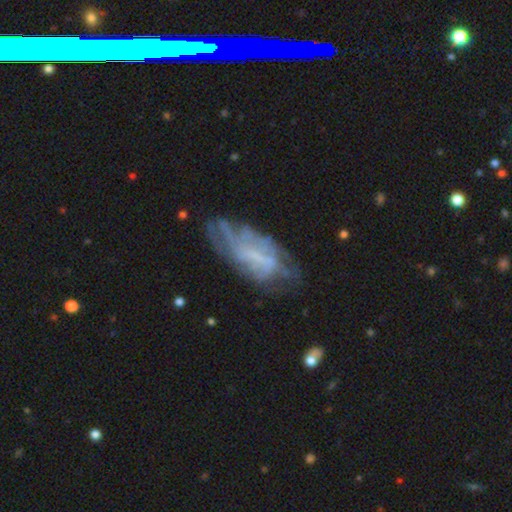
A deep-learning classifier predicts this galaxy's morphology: This appears to be a featured or disk galaxy (64%) with no bar (51%), spiral arms (60%) and no central bulge (60%). Merging: none (49%).